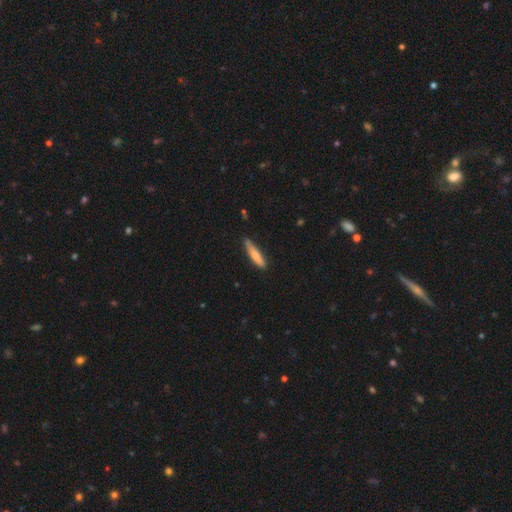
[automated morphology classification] Smooth or featured? smooth (71%)
How rounded? cigar-shaped (86%)
Merging? none (79%)